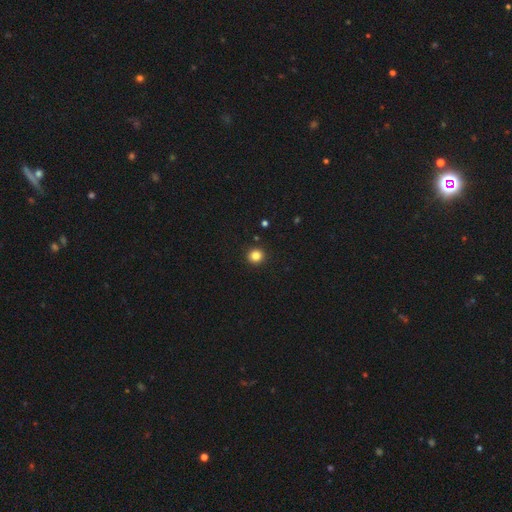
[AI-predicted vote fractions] Morphology: type=smooth (84%); roundness=round (92%); merging=none (93%).